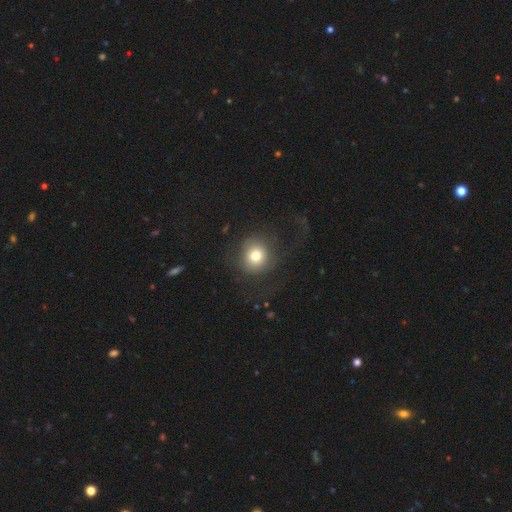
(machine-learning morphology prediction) Smooth or featured? Predicted: smooth (p=0.73). How rounded? Predicted: round (p=0.88). Merging? Predicted: none (p=0.63).